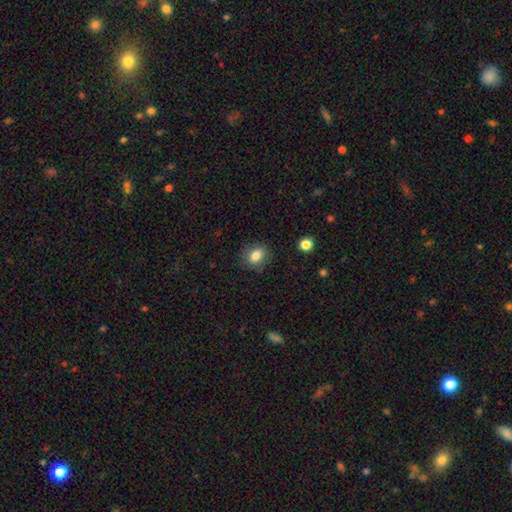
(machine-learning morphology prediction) A smooth galaxy with no disk features (82%) that is round (52%). Merging: none (82%).